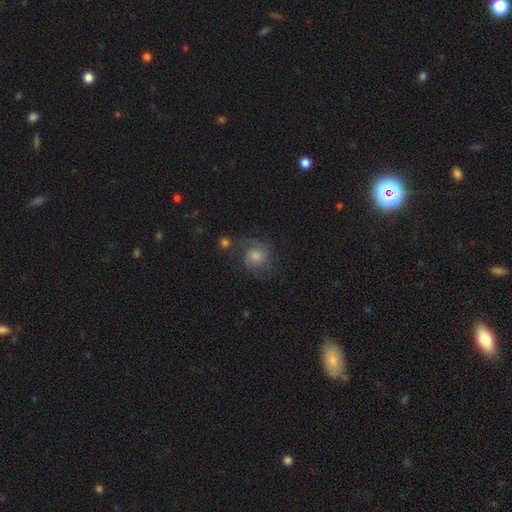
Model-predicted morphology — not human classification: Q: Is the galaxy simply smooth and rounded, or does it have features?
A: featured or disk — 65%.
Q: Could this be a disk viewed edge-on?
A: no — 98%.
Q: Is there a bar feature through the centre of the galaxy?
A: no — 67%.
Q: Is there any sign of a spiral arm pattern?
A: yes — 94%.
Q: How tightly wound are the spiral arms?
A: medium — 49%.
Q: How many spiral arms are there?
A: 2 — 74%.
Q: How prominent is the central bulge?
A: moderate — 44%.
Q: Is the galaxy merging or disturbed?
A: none — 70%.